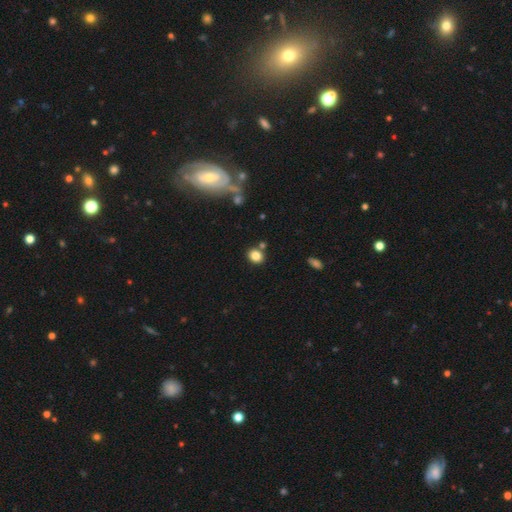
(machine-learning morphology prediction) Smooth or featured?
  - smooth: 83% *
  - star or artifact: 11%
  - featured or disk: 6%
How rounded?
  - round: 60% *
  - in between: 39%
  - cigar-shaped: 1%
Merging?
  - none: 77% *
  - merger: 10%
  - minor disturbance: 10%
  - major disturbance: 3%